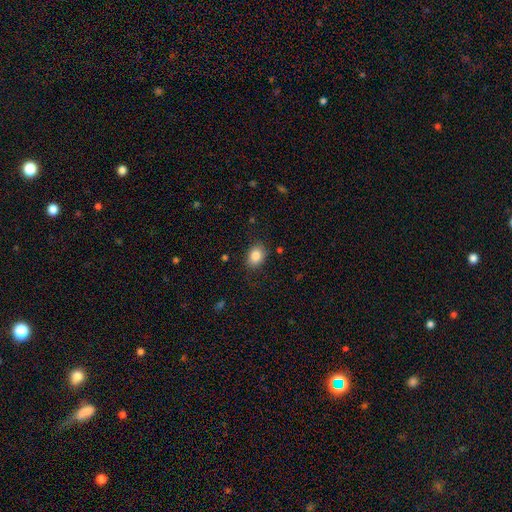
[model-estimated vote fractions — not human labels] Smooth or featured? Predicted: smooth (p=0.85). How rounded? Predicted: in between (p=0.64). Merging? Predicted: none (p=0.83).